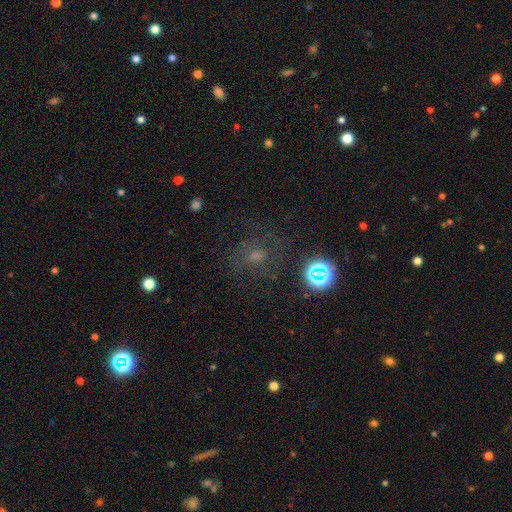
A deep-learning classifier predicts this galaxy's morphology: smooth-or-featured: smooth: 42% | star or artifact: 35% | featured or disk: 23%
  merging: none: 71% | minor disturbance: 15% | major disturbance: 12% | merger: 2%